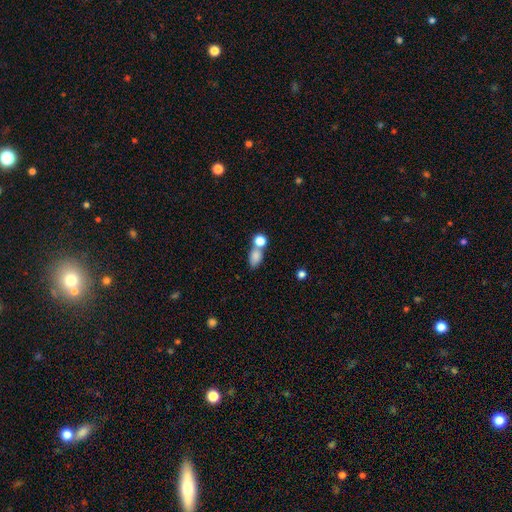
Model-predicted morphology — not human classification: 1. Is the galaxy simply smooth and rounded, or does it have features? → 81% smooth, 10% star or artifact, 9% featured or disk.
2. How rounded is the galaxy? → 76% in between, 20% round, 4% cigar-shaped.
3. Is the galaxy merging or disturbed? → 45% none, 38% merger, 12% minor disturbance, 5% major disturbance.